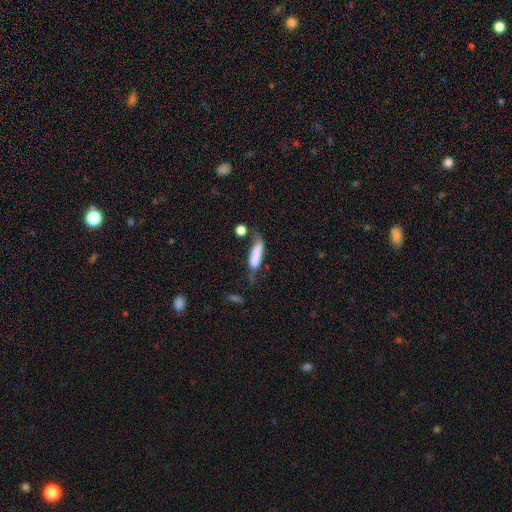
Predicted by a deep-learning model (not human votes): Smooth or featured: smooth — 74% (featured or disk — 18%)
How rounded: cigar-shaped — 53% (in between — 44%)
Merging: none — 31% (minor disturbance — 28%)